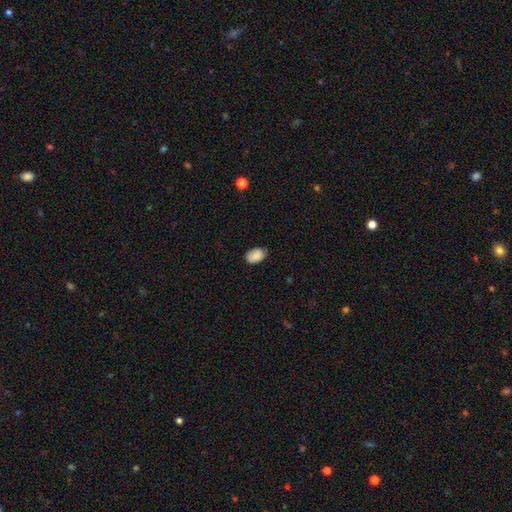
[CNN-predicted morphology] This is clearly a smooth galaxy (88%). How rounded: clearly in between (88%). Merging: likely none (74%).